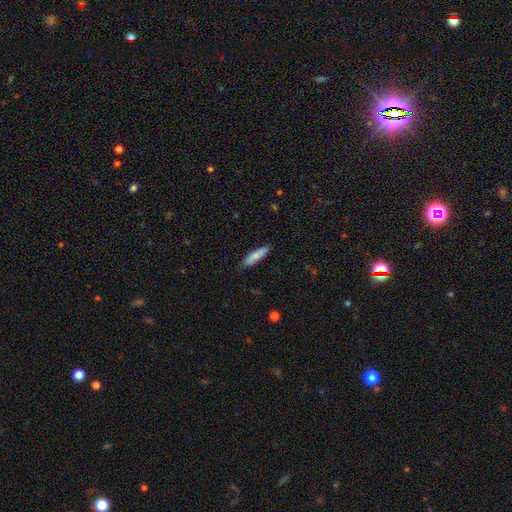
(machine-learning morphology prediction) A smooth galaxy with no disk features (77%) that is cigar-shaped (70%). Merging: none (86%).